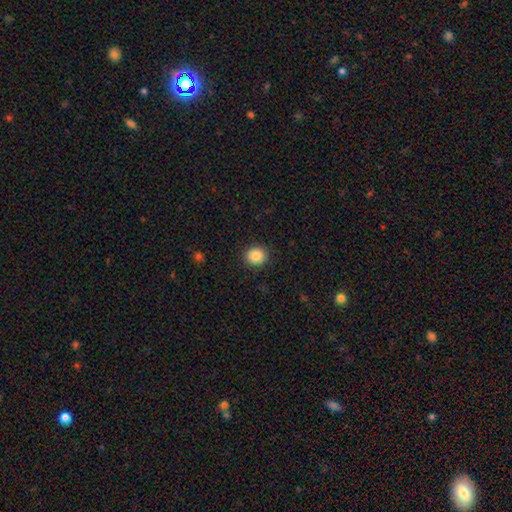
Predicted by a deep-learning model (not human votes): This appears to be a smooth galaxy with no disk features (87%) that is round (82%). Merging: none (91%).